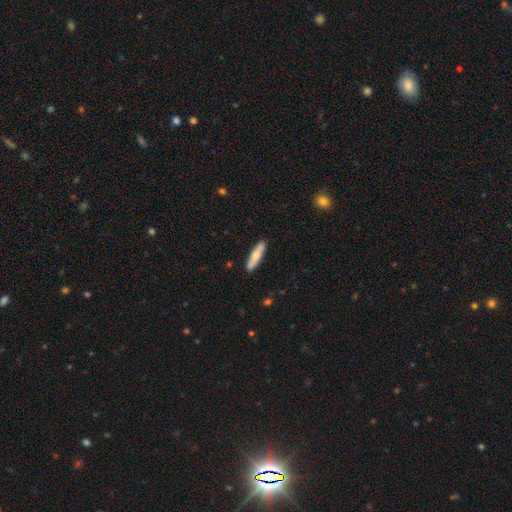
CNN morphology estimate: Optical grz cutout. It shows a smooth galaxy with no disk features (71%) that is cigar-shaped (76%). Merging: none (89%).